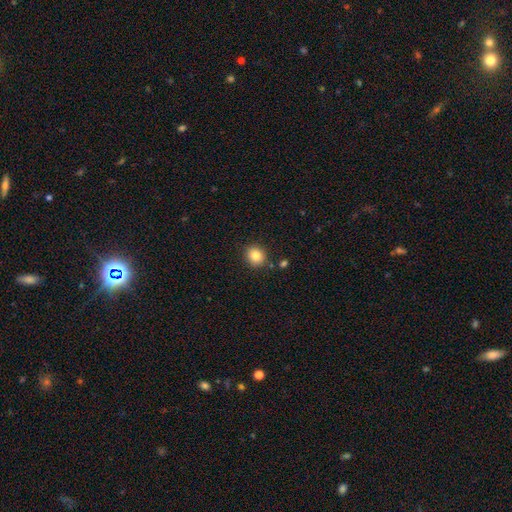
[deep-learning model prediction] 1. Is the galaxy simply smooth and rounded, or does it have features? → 83% smooth, 10% star or artifact, 7% featured or disk.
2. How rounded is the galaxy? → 81% round, 18% in between, 1% cigar-shaped.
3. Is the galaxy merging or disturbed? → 86% none, 8% minor disturbance, 3% merger, 2% major disturbance.